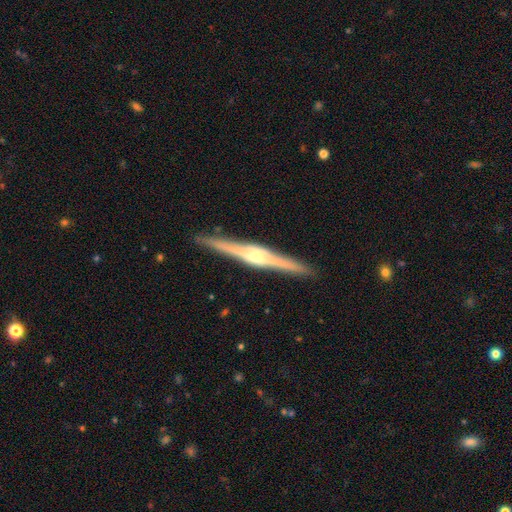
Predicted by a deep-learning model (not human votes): This is clearly a featured or disk galaxy (85%). It is clearly viewed edge-on (98%). Edge-on bulge: clearly rounded (82%). Merging: clearly none (93%).